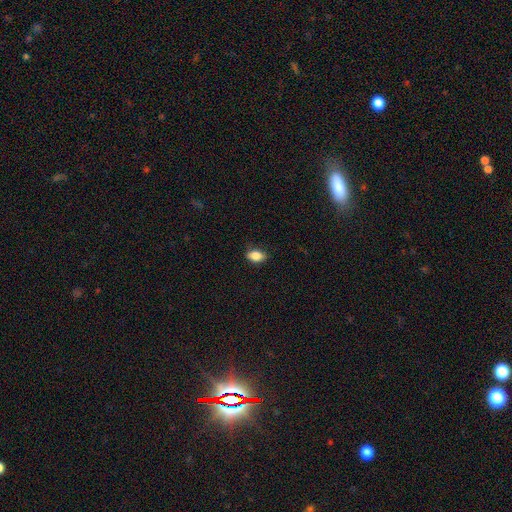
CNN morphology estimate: type=smooth (84%); roundness=in between (86%); merging=none (79%).